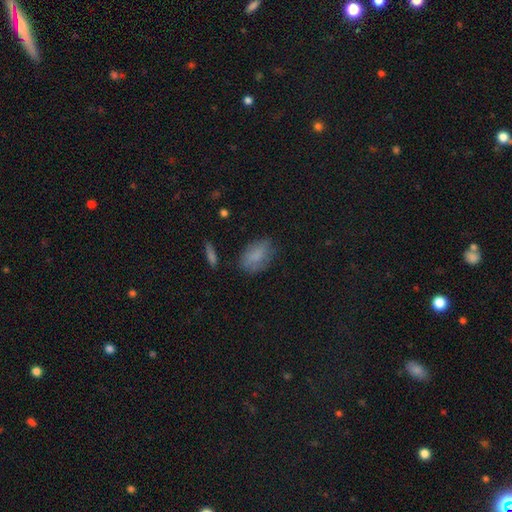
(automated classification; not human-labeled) smooth 81%, featured or disk 11%, star or artifact 8%. Down the decision tree: how rounded — in between (89%); merging — none (68%).